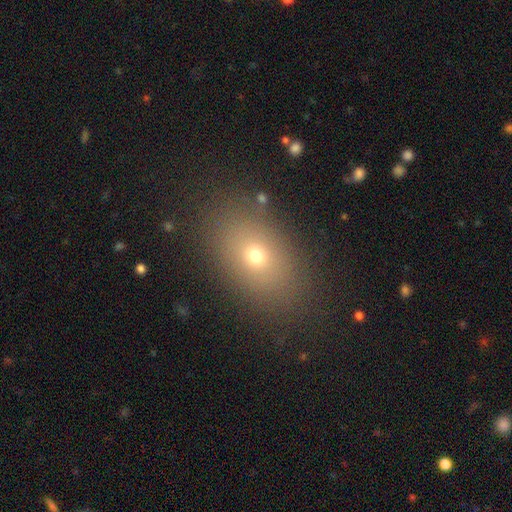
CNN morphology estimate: A smooth galaxy with no disk features (67%) that is in between round and cigar-shaped (76%). Merging: none (85%).